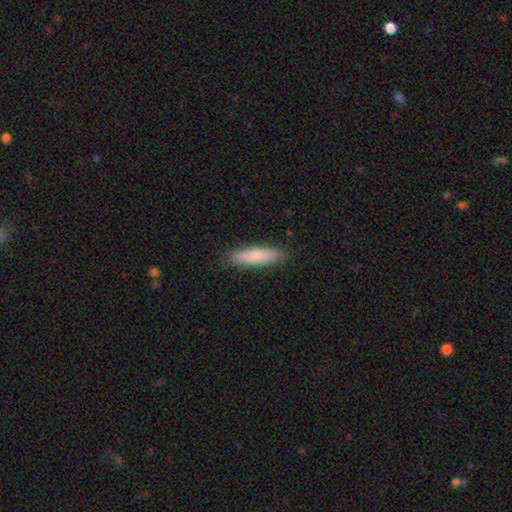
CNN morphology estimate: This is clearly a smooth galaxy (83%). How rounded: likely cigar-shaped (76%). Merging: clearly none (89%).